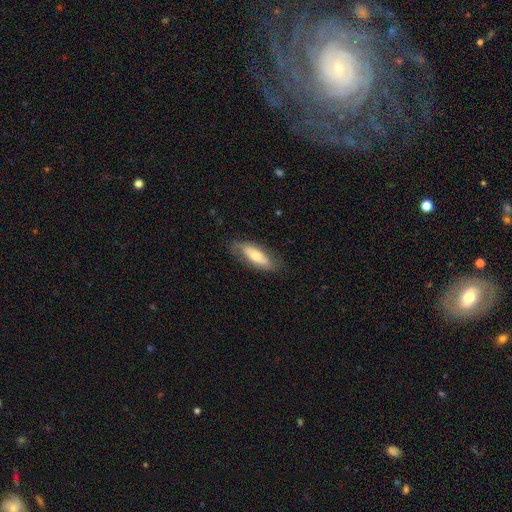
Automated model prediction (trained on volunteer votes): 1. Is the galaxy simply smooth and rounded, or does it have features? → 54% smooth, 40% featured or disk, 6% star or artifact.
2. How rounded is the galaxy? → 67% in between, 31% cigar-shaped, 2% round.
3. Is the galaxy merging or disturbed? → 72% none, 20% minor disturbance, 7% major disturbance, 1% merger.